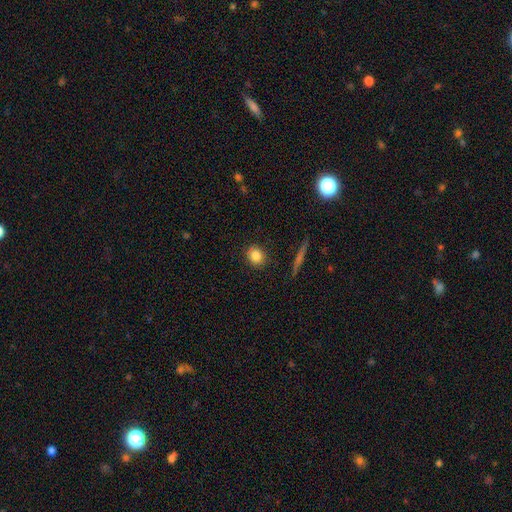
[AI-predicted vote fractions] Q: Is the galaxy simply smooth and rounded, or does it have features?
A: smooth — 83%.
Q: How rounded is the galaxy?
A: round — 79%.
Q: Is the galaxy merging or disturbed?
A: none — 89%.